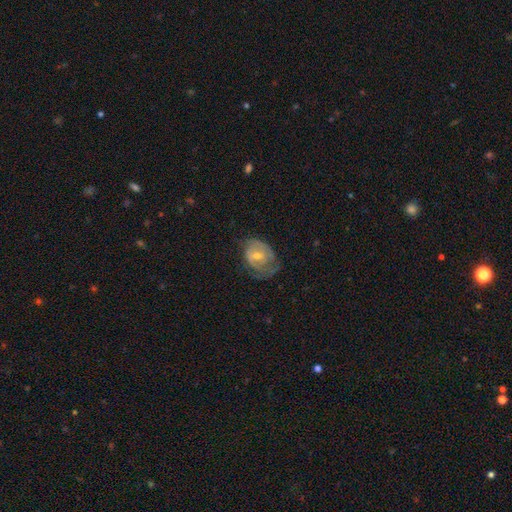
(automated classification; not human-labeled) The model was most divided on "bar": no: 47%, weak: 42%, strong: 12%. More confident: edge-on disk — no (96%); spiral arms — yes (70%); smooth or featured — featured or disk (66%); bulge size — moderate (54%); merging — none (53%).